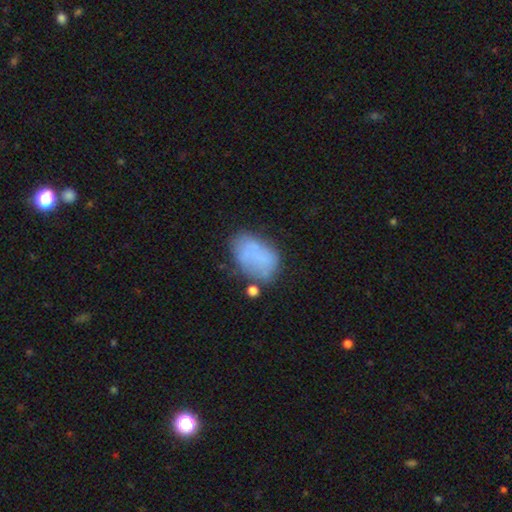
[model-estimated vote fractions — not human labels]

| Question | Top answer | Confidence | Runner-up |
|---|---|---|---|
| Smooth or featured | smooth | 66% | featured or disk (24%) |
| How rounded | in between | 86% | round (12%) |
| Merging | none | 47% | minor disturbance (28%) |